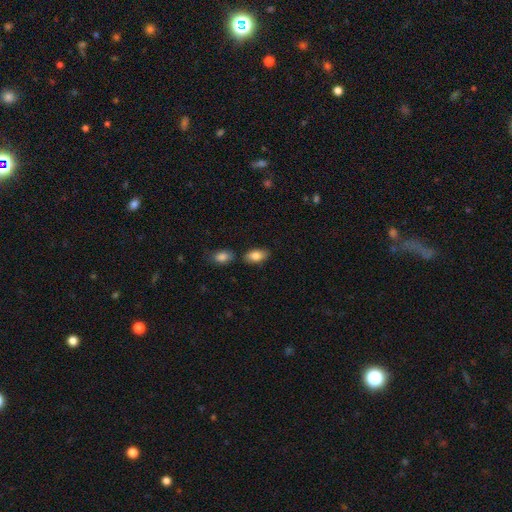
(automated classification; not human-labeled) This is clearly a smooth galaxy (83%). How rounded: clearly in between (91%). Merging: likely none (76%).